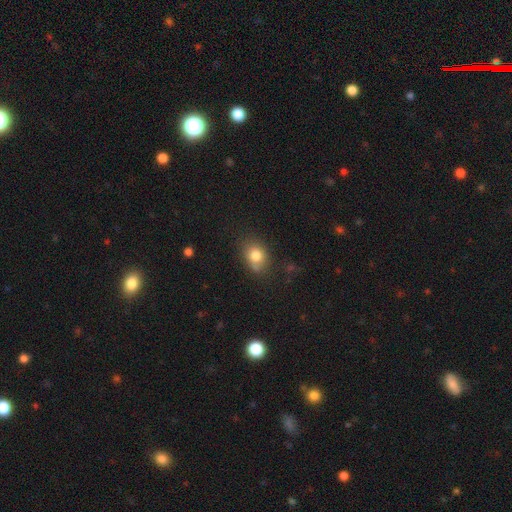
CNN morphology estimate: This appears to be a smooth galaxy with no disk features (79%) that is in between round and cigar-shaped (59%). Merging: none (65%).